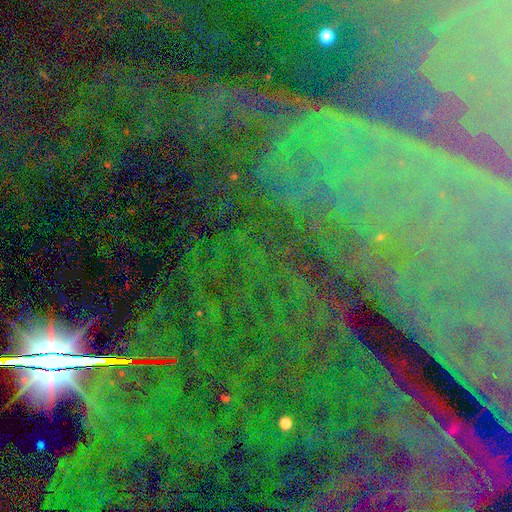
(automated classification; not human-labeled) Smooth or featured: star or artifact — 84% (featured or disk — 9%)